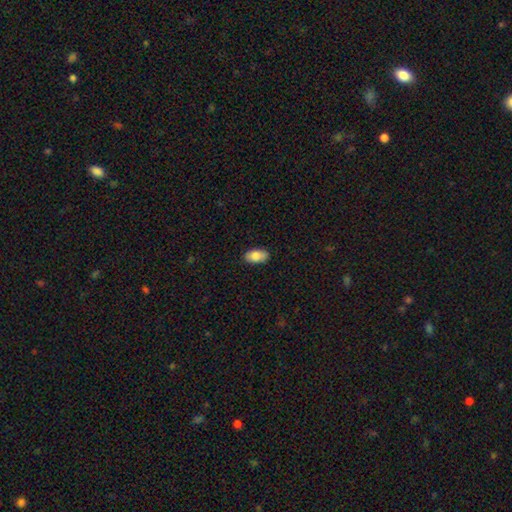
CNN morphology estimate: Overall: smooth (84%). How rounded: in between (94%). Merging: none (86%).